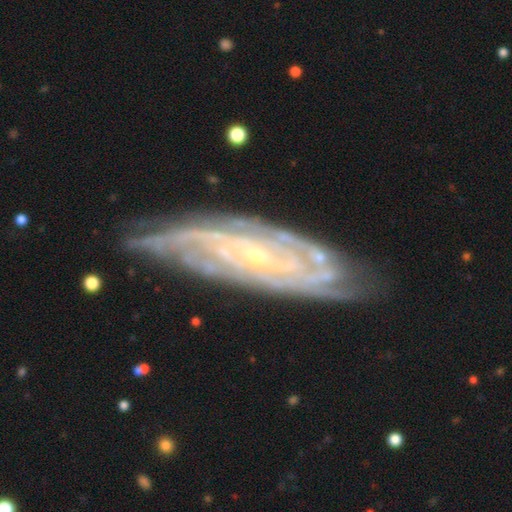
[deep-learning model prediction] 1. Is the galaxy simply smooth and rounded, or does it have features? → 89% featured or disk, 6% smooth, 6% star or artifact.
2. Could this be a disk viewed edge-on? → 86% no, 14% yes.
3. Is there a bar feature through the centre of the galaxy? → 46% no, 36% weak, 19% strong.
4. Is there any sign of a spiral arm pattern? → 98% yes, 2% no.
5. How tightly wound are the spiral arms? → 70% tight, 25% medium, 5% loose.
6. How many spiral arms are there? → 28% can't tell, 19% 2, 19% 4, 17% 3, 10% more than 4, 7% 1.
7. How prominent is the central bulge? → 81% small, 14% moderate, 3% none, 1% large, 1% dominant.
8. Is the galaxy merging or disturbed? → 77% none, 17% minor disturbance, 5% major disturbance, 2% merger.